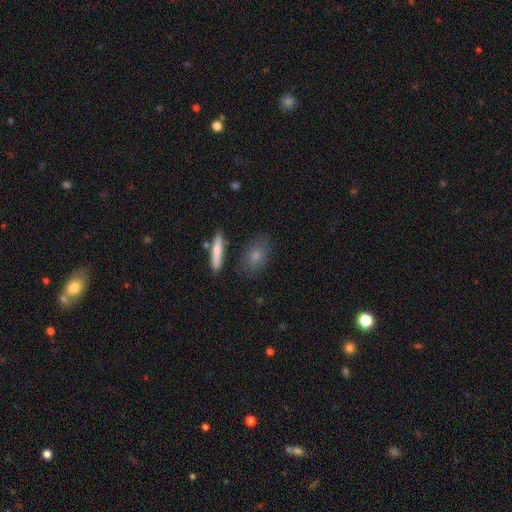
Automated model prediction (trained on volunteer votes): Morphology: type=smooth (74%); roundness=in between (71%); merging=none (78%).